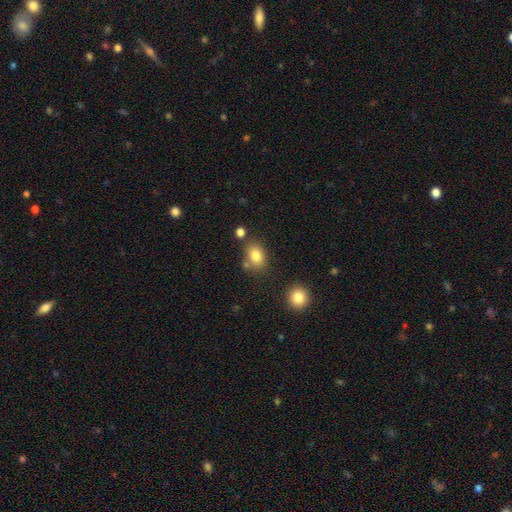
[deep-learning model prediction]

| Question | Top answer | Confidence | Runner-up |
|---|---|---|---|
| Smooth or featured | smooth | 81% | star or artifact (10%) |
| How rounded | in between | 63% | round (35%) |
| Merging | none | 71% | minor disturbance (14%) |